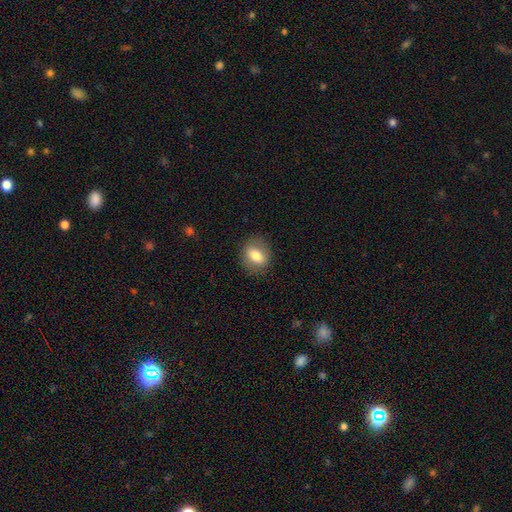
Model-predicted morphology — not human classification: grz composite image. It shows a smooth galaxy with no disk features (74%) that is in between round and cigar-shaped (51%). Merging: none (84%).